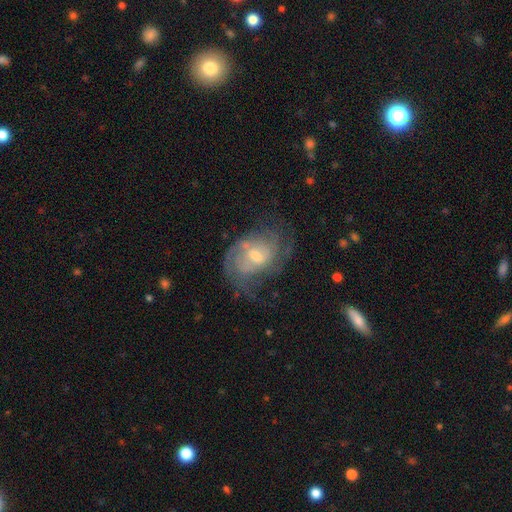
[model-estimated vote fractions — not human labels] Smooth or featured?
  - featured or disk: 81% *
  - smooth: 13%
  - star or artifact: 6%
Edge-on disk?
  - no: 97% *
  - yes: 3%
Bar?
  - weak: 50% *
  - no: 41%
  - strong: 9%
Spiral arms?
  - yes: 91% *
  - no: 9%
Spiral winding?
  - tight: 44% *
  - medium: 40%
  - loose: 17%
Spiral arm count?
  - can't tell: 36% *
  - 2: 32%
  - 3: 17%
  - 4: 6%
  - 1: 6%
  - more than 4: 4%
Bulge size?
  - moderate: 55% *
  - small: 38%
  - large: 4%
  - none: 2%
  - dominant: 1%
Merging?
  - none: 55% *
  - minor disturbance: 23%
  - major disturbance: 20%
  - merger: 2%